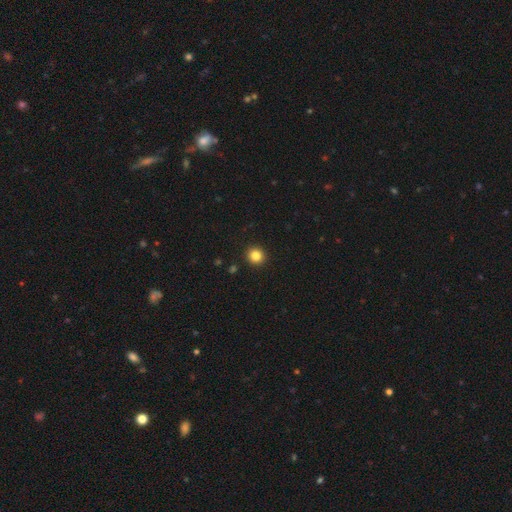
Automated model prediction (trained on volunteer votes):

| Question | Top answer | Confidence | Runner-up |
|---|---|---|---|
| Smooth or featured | smooth | 84% | star or artifact (11%) |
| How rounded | round | 95% | in between (4%) |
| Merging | none | 93% | minor disturbance (4%) |